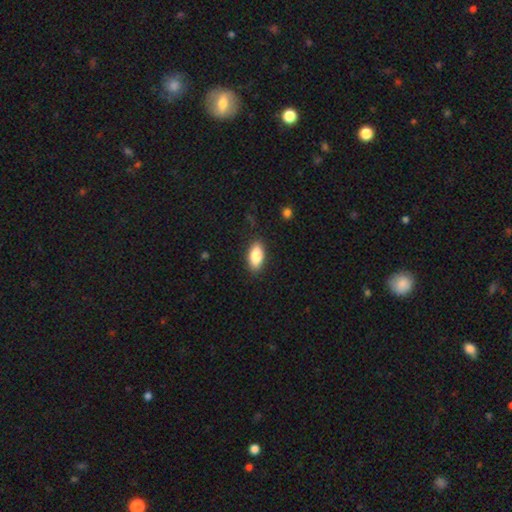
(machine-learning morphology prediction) Smooth or featured? smooth (82%)
How rounded? in between (85%)
Merging? none (87%)